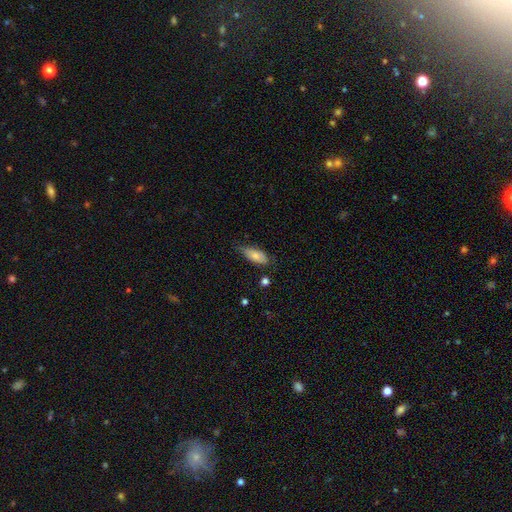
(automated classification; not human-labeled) Morphology: type=smooth (77%); roundness=in between (83%); merging=none (62%).